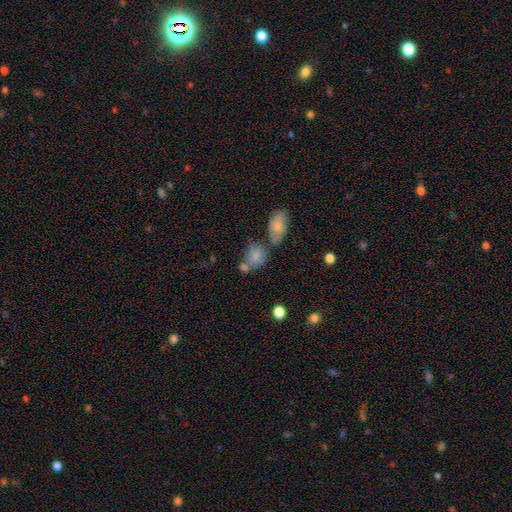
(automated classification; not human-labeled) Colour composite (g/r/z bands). It shows a smooth galaxy with no disk features (79%) that is in between round and cigar-shaped (53%). Merging: none (42%).